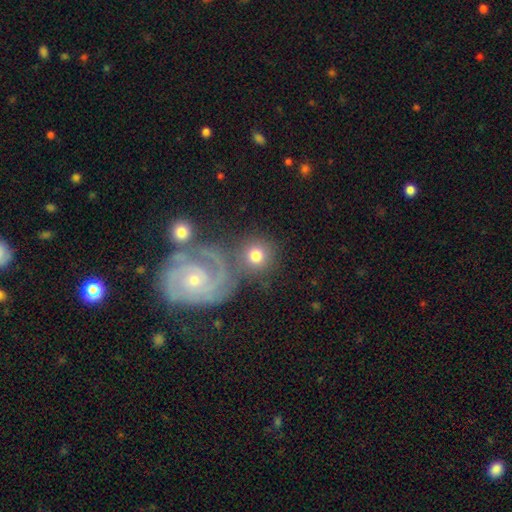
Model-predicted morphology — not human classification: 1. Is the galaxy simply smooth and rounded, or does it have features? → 64% smooth, 28% featured or disk, 9% star or artifact.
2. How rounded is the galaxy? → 89% round, 10% in between, 1% cigar-shaped.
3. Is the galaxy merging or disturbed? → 64% none, 19% merger, 11% minor disturbance, 6% major disturbance.